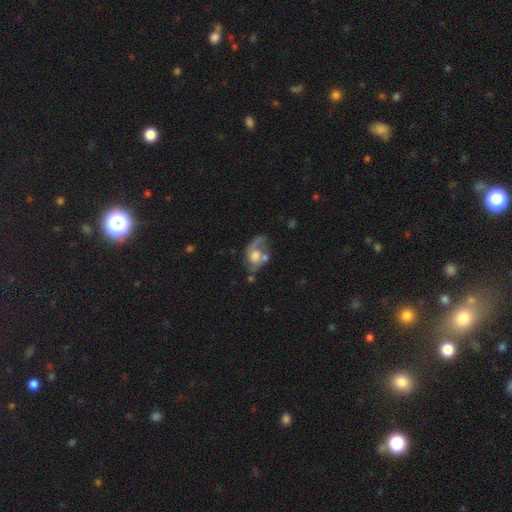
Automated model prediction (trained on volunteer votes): Smooth or featured? Predicted: featured or disk (p=0.55). Edge-on disk? Predicted: no (p=0.96). Bar? Predicted: no (p=0.78). Spiral arms? Predicted: yes (p=0.60). Bulge size? Predicted: moderate (p=0.37). Merging? Predicted: major disturbance (p=0.35).